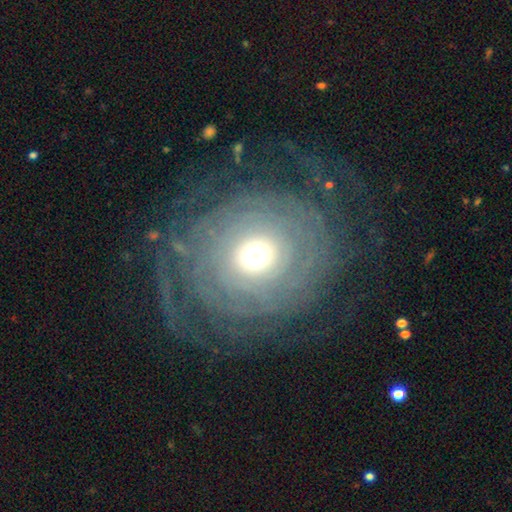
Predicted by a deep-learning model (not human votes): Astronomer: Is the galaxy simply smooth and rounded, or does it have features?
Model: featured or disk — 81%.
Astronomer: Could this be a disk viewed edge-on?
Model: no — 97%.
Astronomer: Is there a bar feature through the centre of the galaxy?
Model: no — 80%.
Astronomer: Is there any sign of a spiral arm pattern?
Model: yes — 88%.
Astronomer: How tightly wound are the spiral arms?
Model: tight — 78%.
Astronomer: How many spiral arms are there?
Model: can't tell — 40% (runner-up: more than 4, 17%).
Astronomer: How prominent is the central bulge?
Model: moderate — 65%.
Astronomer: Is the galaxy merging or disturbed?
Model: none — 73%.